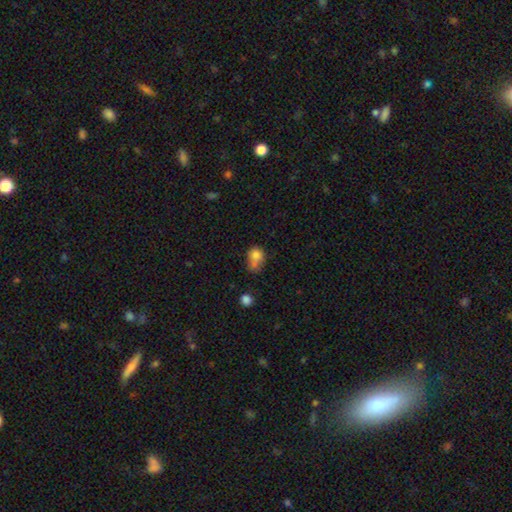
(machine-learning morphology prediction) type=smooth (74%); roundness=in between (55%); merging=minor disturbance (27%, tied with none).